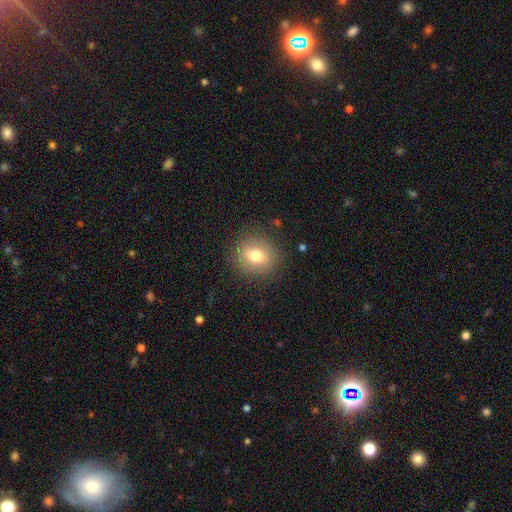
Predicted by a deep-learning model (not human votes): Q: Smooth or featured?
A: smooth (73%); runner-up: featured or disk (16%)
Q: How rounded?
A: round (80%); runner-up: in between (19%)
Q: Merging?
A: none (86%); runner-up: minor disturbance (9%)